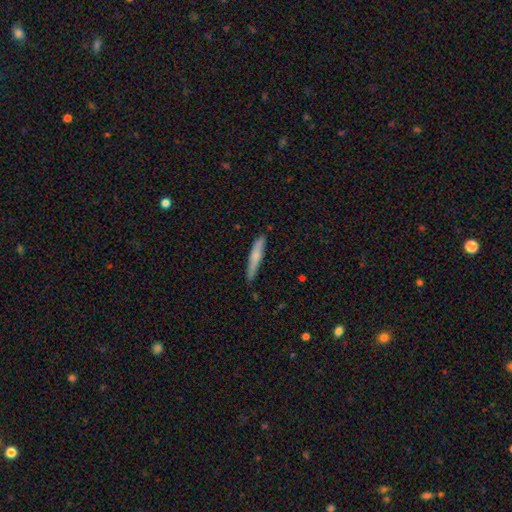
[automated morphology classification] Smooth or featured? smooth (67%)
How rounded? cigar-shaped (92%)
Merging? none (79%)